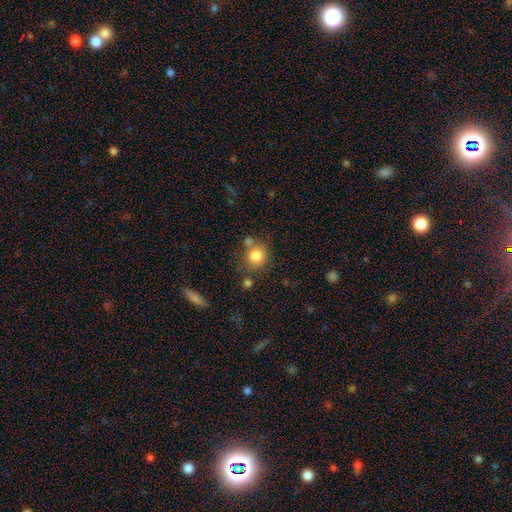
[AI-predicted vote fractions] Smooth or featured?
  - smooth: 82% *
  - star or artifact: 10%
  - featured or disk: 8%
How rounded?
  - round: 87% *
  - in between: 12%
  - cigar-shaped: 1%
Merging?
  - none: 65% *
  - merger: 17%
  - minor disturbance: 13%
  - major disturbance: 5%